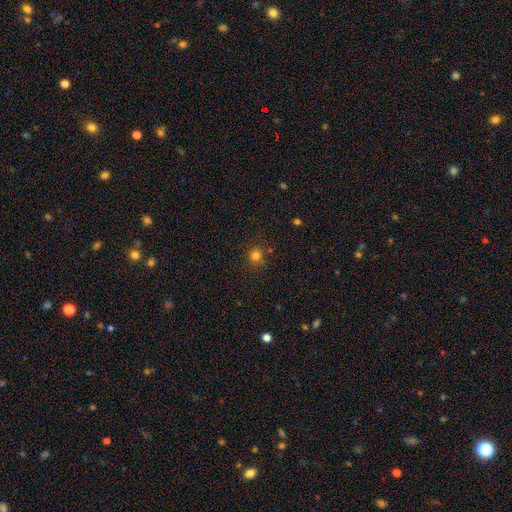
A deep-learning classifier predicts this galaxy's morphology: Smooth or featured? smooth (79%)
How rounded? round (87%)
Merging? none (83%)